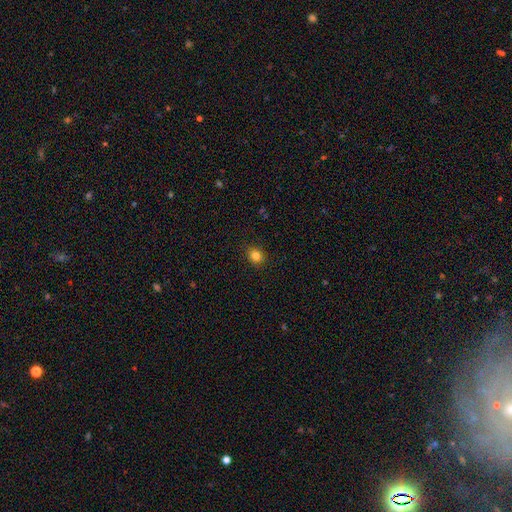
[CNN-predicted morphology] Overall: smooth (83%). How rounded: round (71%). Merging: none (90%).